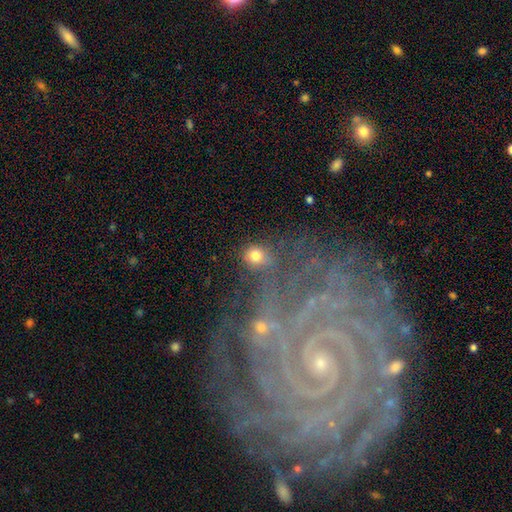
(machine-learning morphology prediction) type=smooth (68%); roundness=round (77%); merging=none (62%).